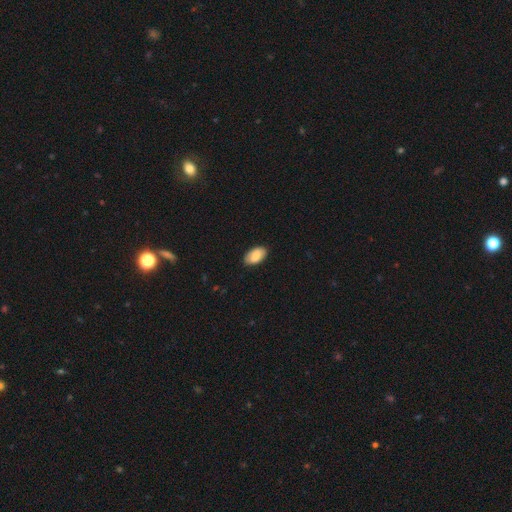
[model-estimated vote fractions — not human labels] Morphology: type=smooth (80%); roundness=in between (94%); merging=none (83%).